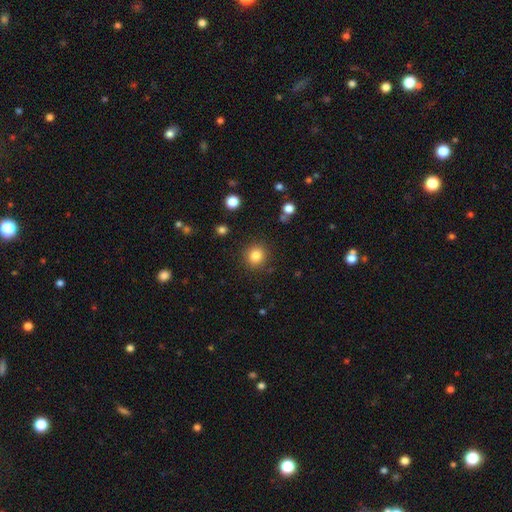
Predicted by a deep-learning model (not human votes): smooth_or_featured: smooth (p=0.83) [alt: star or artifact p=0.11]
how_rounded: round (p=0.91) [alt: in between p=0.08]
merging: none (p=0.89) [alt: minor disturbance p=0.07]